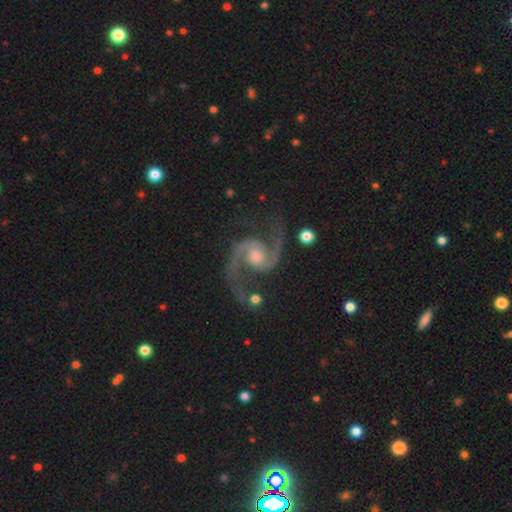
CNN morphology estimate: Smooth or featured?
  - featured or disk: 94% *
  - star or artifact: 4%
  - smooth: 2%
Edge-on disk?
  - no: 98% *
  - yes: 2%
Bar?
  - no: 58% *
  - weak: 33%
  - strong: 9%
Spiral arms?
  - yes: 99% *
  - no: 1%
Spiral winding?
  - medium: 60% *
  - loose: 30%
  - tight: 9%
Spiral arm count?
  - 2: 95% *
  - can't tell: 1%
  - 3: 1%
  - 1: 1%
  - 4: 1%
  - more than 4: 1%
Bulge size?
  - moderate: 51% *
  - small: 30%
  - large: 11%
  - none: 6%
  - dominant: 2%
Merging?
  - none: 77% *
  - minor disturbance: 14%
  - major disturbance: 6%
  - merger: 3%